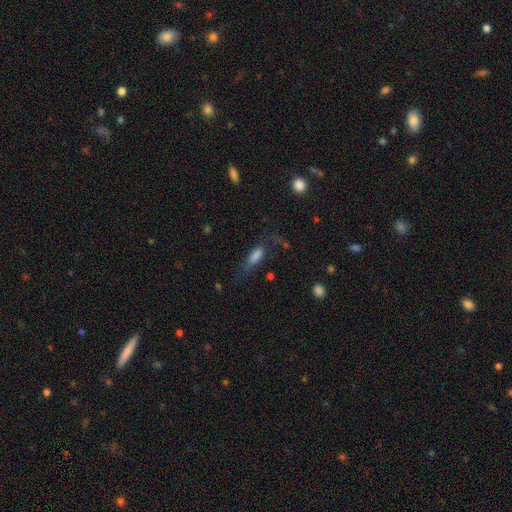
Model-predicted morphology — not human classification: Smooth or featured? Predicted: smooth (p=0.70). How rounded? Predicted: in between (p=0.54). Merging? Predicted: none (p=0.52).